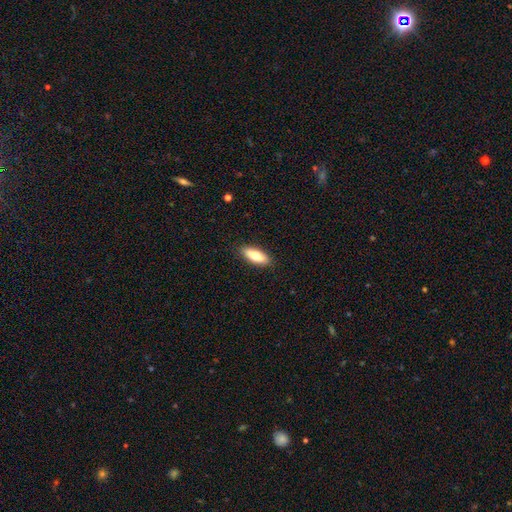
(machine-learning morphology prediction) The model was most divided on "how rounded": in between: 70%, cigar-shaped: 28%, round: 2%. More confident: merging — none (89%); smooth or featured — smooth (76%).